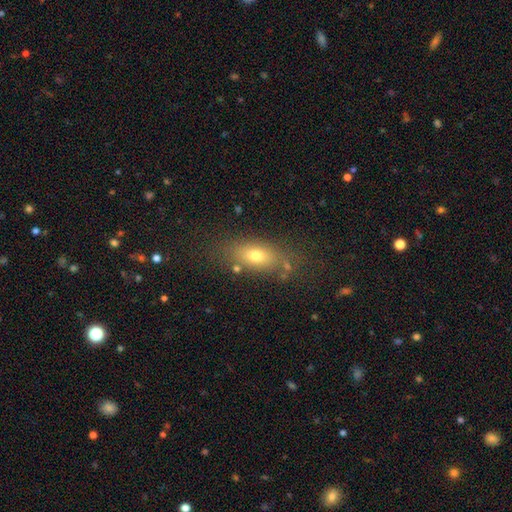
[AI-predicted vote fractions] Smooth or featured?
  - smooth: 71% *
  - featured or disk: 18%
  - star or artifact: 12%
How rounded?
  - in between: 78% *
  - cigar-shaped: 12%
  - round: 10%
Merging?
  - none: 74% *
  - minor disturbance: 14%
  - major disturbance: 6%
  - merger: 5%